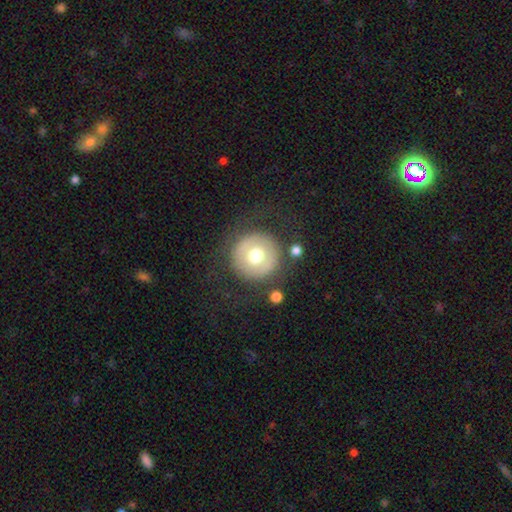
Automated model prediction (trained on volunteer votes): A smooth galaxy with no disk features (60%) that is round (95%).

Vote fractions:
- Smooth or featured? smooth: 60% / featured or disk: 31% / star or artifact: 9%
- How rounded? round: 95% / in between: 4% / cigar-shaped: 1%
- Merging? none: 79% / minor disturbance: 10% / major disturbance: 8% / merger: 3%